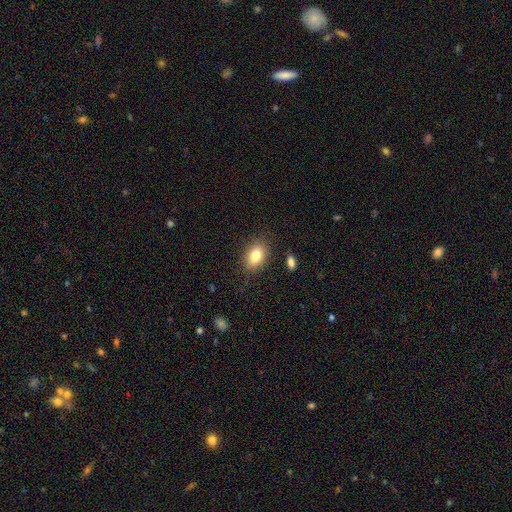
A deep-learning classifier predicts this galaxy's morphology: This appears to be a smooth galaxy with no disk features (81%) that is in between round and cigar-shaped (80%). Merging: none (84%).